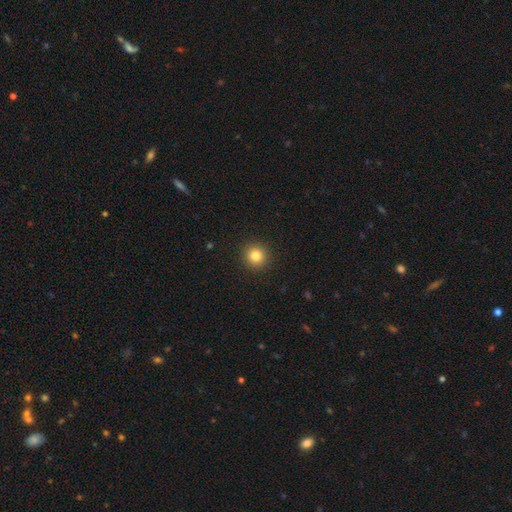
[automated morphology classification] Smooth or featured? smooth (83%)
How rounded? round (94%)
Merging? none (92%)